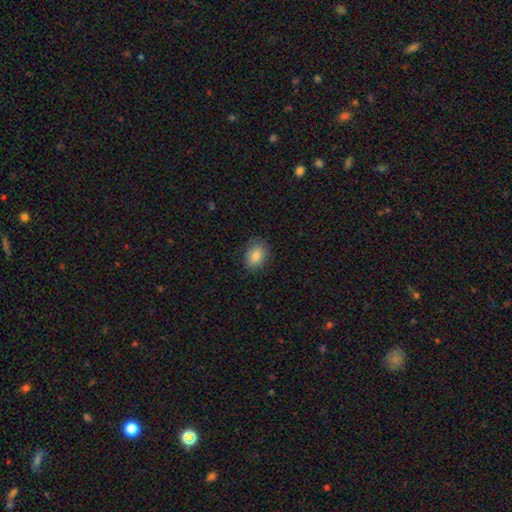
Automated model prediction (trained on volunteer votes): Smooth or featured? smooth (84%)
How rounded? in between (77%)
Merging? none (84%)